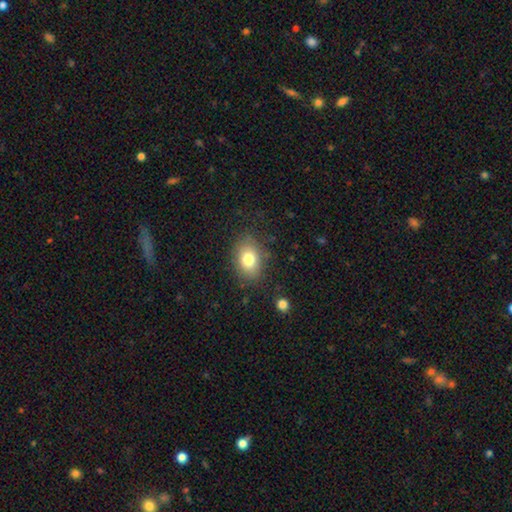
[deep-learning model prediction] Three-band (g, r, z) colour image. It shows a smooth galaxy with no disk features (77%) that is in between round and cigar-shaped (72%). Merging: none (84%).